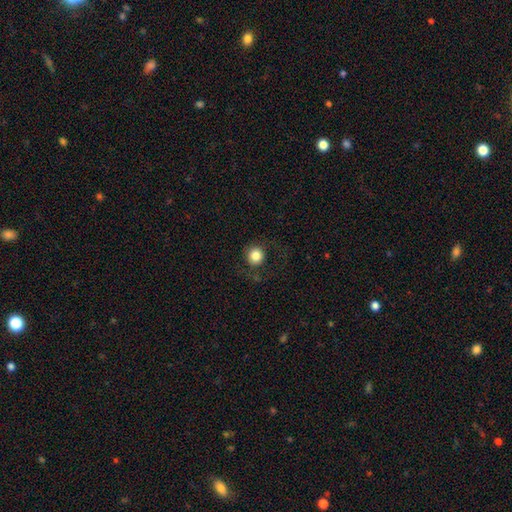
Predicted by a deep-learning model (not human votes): Smooth or featured? smooth (83%)
How rounded? round (93%)
Merging? none (82%)